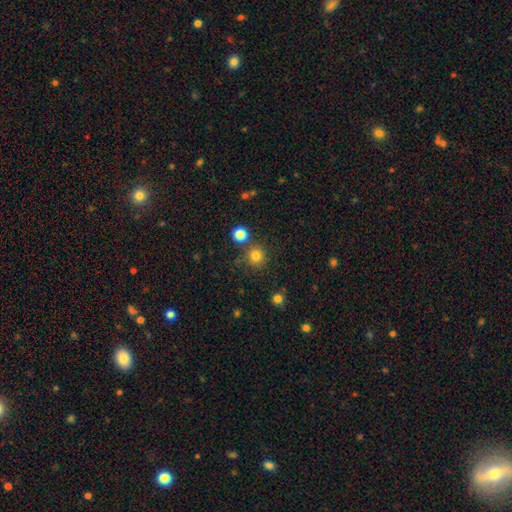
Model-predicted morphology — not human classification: This appears to be a smooth galaxy with no disk features (80%) that is round (93%). Merging: none (79%).